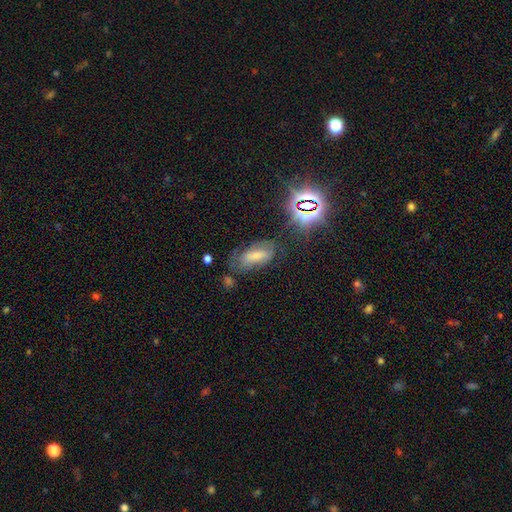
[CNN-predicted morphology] Smooth or featured?
  - smooth: 55% *
  - featured or disk: 29%
  - star or artifact: 17%
How rounded?
  - in between: 82% *
  - cigar-shaped: 14%
  - round: 4%
Merging?
  - none: 56% *
  - minor disturbance: 25%
  - major disturbance: 15%
  - merger: 4%